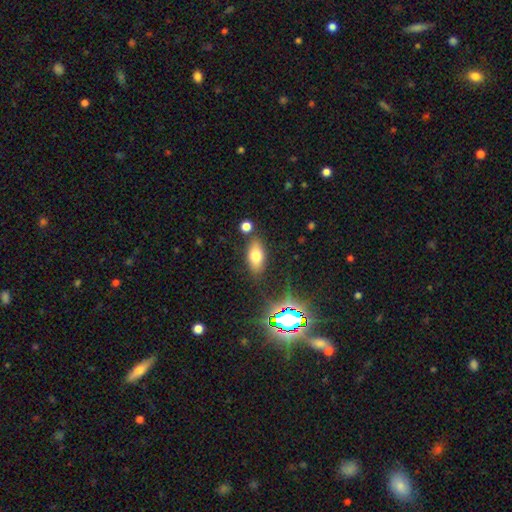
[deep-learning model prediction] smooth-or-featured: smooth: 71% | featured or disk: 16% | star or artifact: 13%
  how-rounded: in between: 84% | cigar-shaped: 11% | round: 5%
  merging: none: 79% | minor disturbance: 12% | merger: 6% | major disturbance: 3%